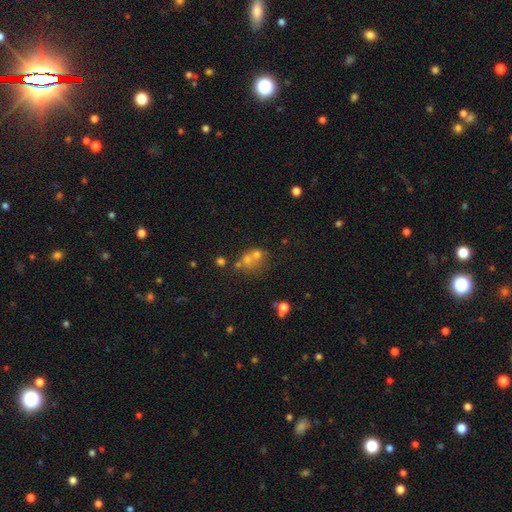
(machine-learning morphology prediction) Smooth or featured? smooth (53%)
How rounded? round (72%)
Merging? merger (48%)